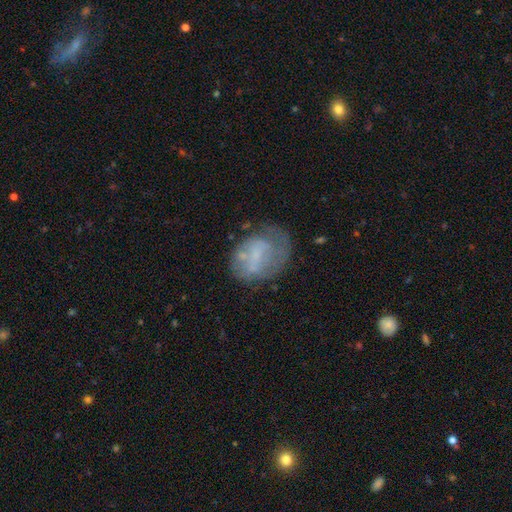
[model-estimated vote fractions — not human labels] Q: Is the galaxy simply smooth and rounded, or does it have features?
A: featured or disk — 49%.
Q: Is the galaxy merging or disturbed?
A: none — 45%.